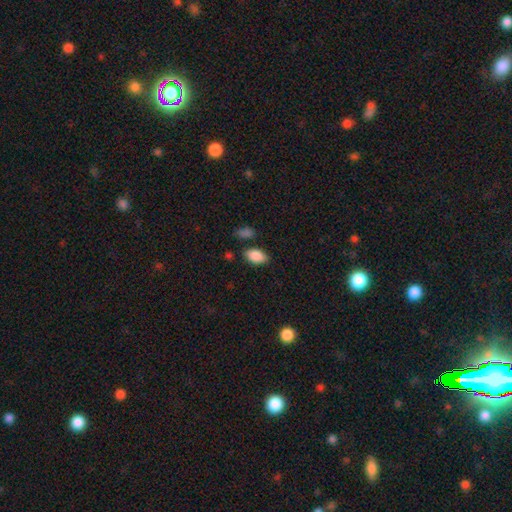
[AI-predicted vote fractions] Smooth or featured: smooth — 88% (star or artifact — 7%)
How rounded: in between — 93% (round — 5%)
Merging: none — 80% (minor disturbance — 12%)